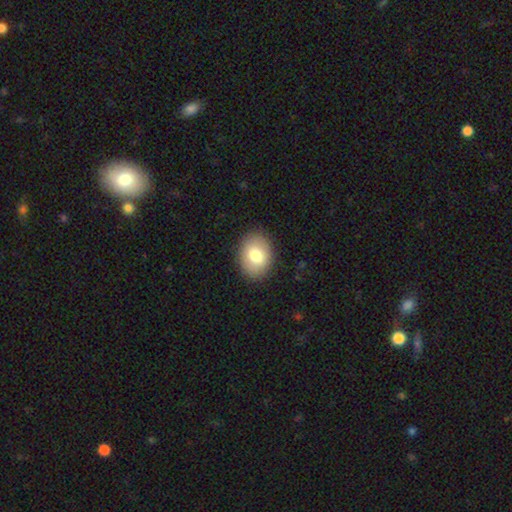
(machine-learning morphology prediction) Smooth or featured? Predicted: smooth (p=0.79). How rounded? Predicted: in between (p=0.70). Merging? Predicted: none (p=0.87).